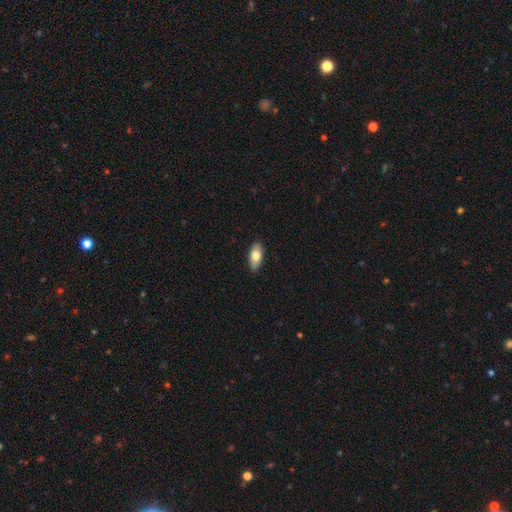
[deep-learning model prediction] Smooth or featured? smooth (75%)
How rounded? in between (89%)
Merging? none (88%)